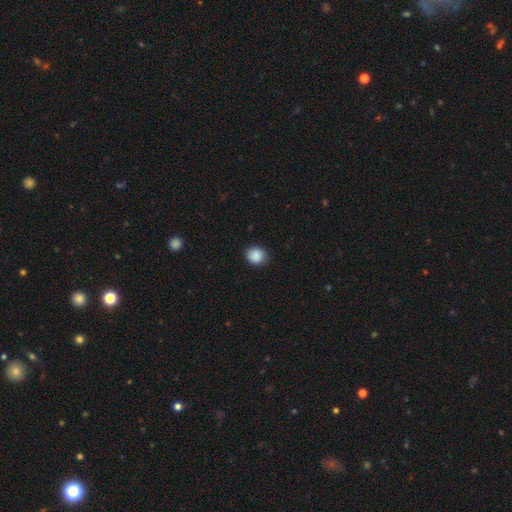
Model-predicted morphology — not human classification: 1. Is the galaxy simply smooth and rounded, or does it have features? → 89% smooth, 8% star or artifact, 3% featured or disk.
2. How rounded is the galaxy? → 81% round, 18% in between, 1% cigar-shaped.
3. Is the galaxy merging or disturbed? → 90% none, 7% minor disturbance, 2% major disturbance, 1% merger.